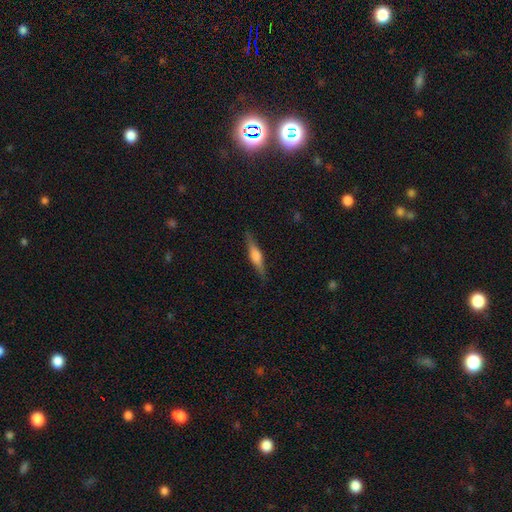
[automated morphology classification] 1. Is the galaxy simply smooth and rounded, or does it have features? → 54% featured or disk, 40% smooth, 6% star or artifact.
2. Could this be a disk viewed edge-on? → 96% yes, 4% no.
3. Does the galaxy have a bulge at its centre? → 70% rounded, 23% boxy, 7% none.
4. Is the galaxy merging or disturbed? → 87% none, 9% minor disturbance, 2% major disturbance, 1% merger.